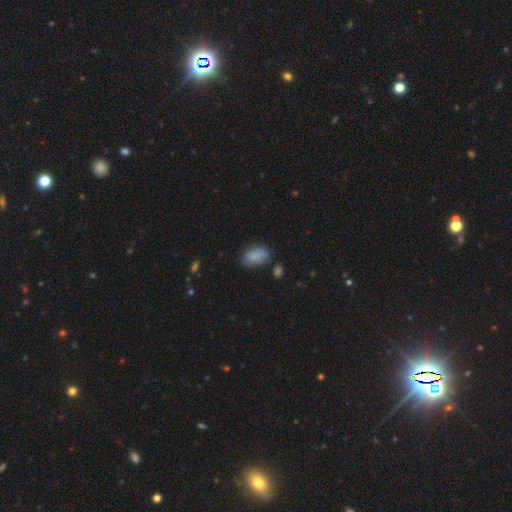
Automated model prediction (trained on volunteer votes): smooth_or_featured: smooth (p=0.83) [alt: featured or disk p=0.09]
how_rounded: in between (p=0.92) [alt: round p=0.06]
merging: none (p=0.67) [alt: minor disturbance p=0.23]